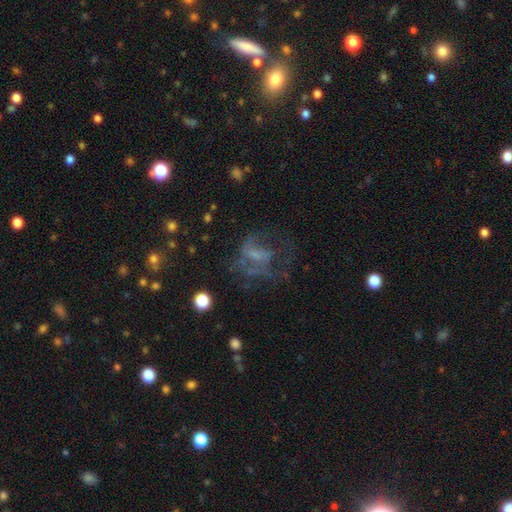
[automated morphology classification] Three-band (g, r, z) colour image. It shows a featured or disk galaxy (52%) with no bar (67%), no spiral arms (65%) and no central bulge (46%). Merging: major disturbance (45%).